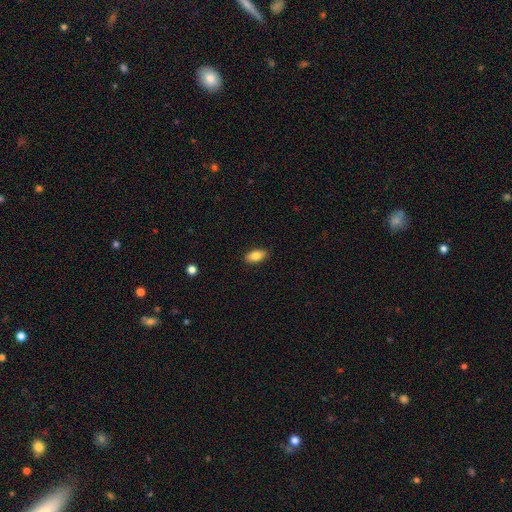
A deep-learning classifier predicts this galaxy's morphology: The model was most divided on "smooth or featured": smooth: 82%, featured or disk: 11%, star or artifact: 7%. More confident: how rounded — in between (90%); merging — none (88%).